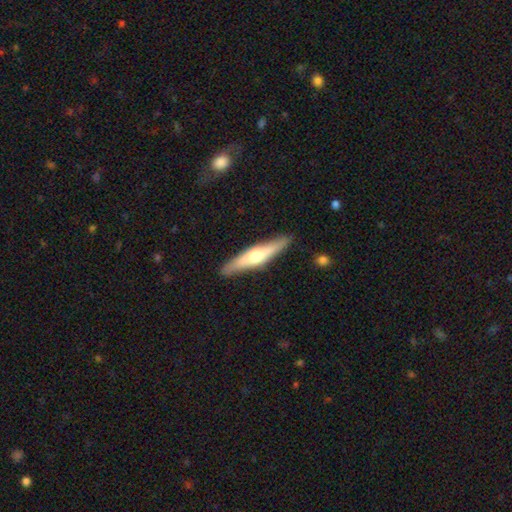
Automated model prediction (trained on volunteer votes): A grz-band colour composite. It shows a featured or disk galaxy (54%) viewed edge-on (92%). Merging: none (88%).